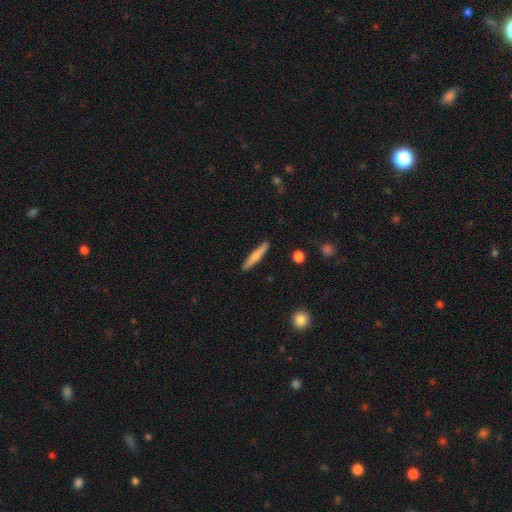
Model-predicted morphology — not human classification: type=smooth (64%); roundness=cigar-shaped (93%); merging=none (89%).